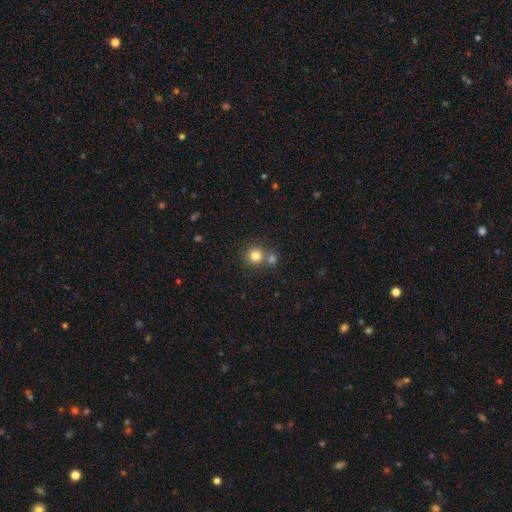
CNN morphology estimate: smooth 81%, star or artifact 12%, featured or disk 7%. Down the decision tree: how rounded — round (91%); merging — none (60%).